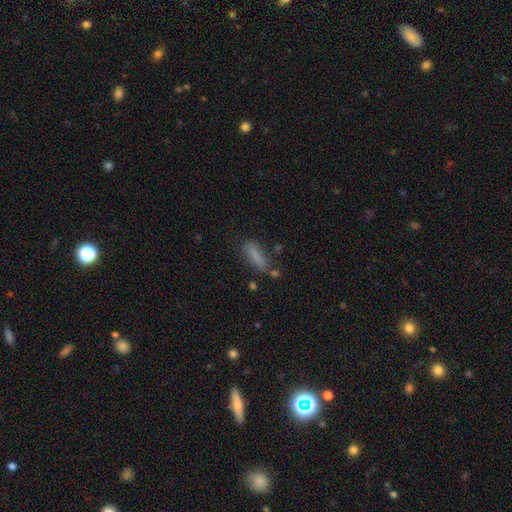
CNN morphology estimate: Smooth or featured? Predicted: smooth (p=0.78). How rounded? Predicted: cigar-shaped (p=0.52). Merging? Predicted: none (p=0.62).